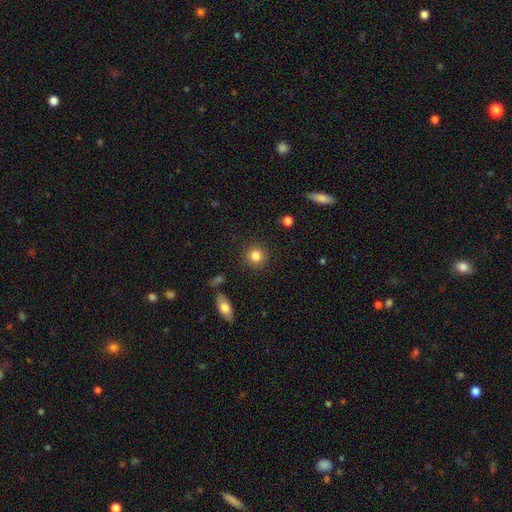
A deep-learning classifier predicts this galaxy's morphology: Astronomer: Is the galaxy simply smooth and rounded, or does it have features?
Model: smooth — 85%.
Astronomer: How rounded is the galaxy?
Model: round — 91%.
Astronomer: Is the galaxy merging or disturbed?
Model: none — 89%.